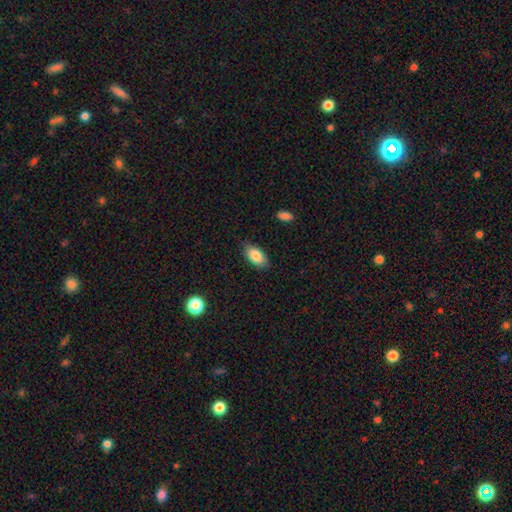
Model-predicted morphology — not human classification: A smooth galaxy with no disk features (83%) that is in between round and cigar-shaped (92%).

Vote fractions:
- Smooth or featured? smooth: 83% / featured or disk: 10% / star or artifact: 7%
- How rounded? in between: 92% / round: 4% / cigar-shaped: 4%
- Merging? none: 83% / minor disturbance: 14% / major disturbance: 3% / merger: 1%